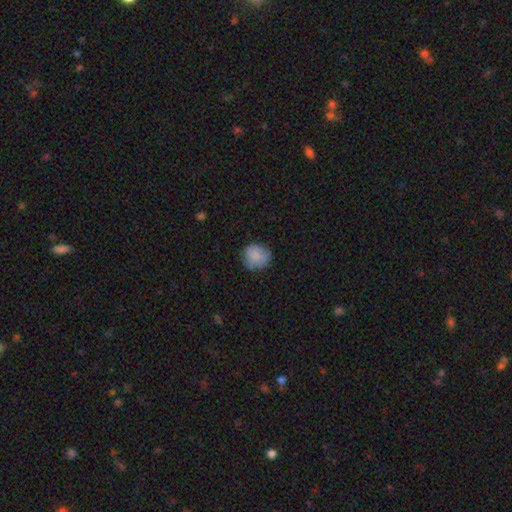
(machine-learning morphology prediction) smooth_or_featured: smooth (p=0.84) [alt: featured or disk p=0.09]
how_rounded: round (p=0.88) [alt: in between p=0.11]
merging: none (p=0.77) [alt: minor disturbance p=0.17]